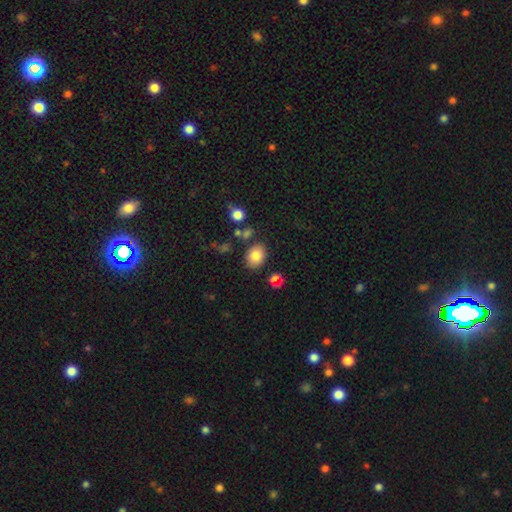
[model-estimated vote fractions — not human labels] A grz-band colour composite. It shows a smooth galaxy with no disk features (83%) that is in between round and cigar-shaped (67%). Merging: none (81%).